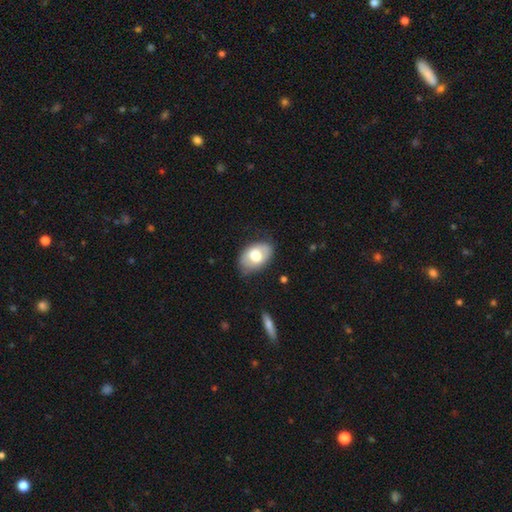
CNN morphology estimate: type=smooth (68%); roundness=in between (88%); merging=none (73%).